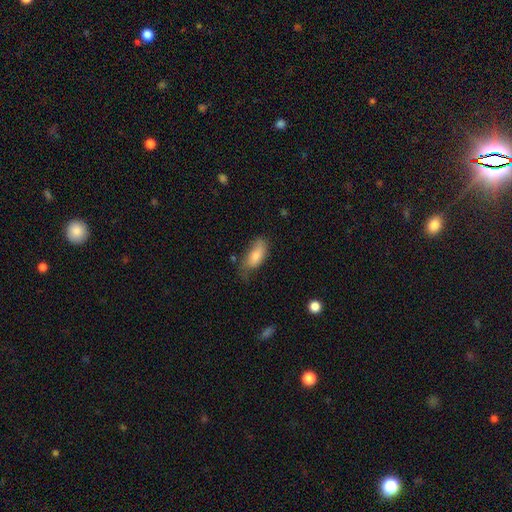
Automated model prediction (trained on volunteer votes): Q: Smooth or featured?
A: smooth (75%); runner-up: featured or disk (18%)
Q: How rounded?
A: in between (85%); runner-up: cigar-shaped (12%)
Q: Merging?
A: none (51%); runner-up: minor disturbance (35%)